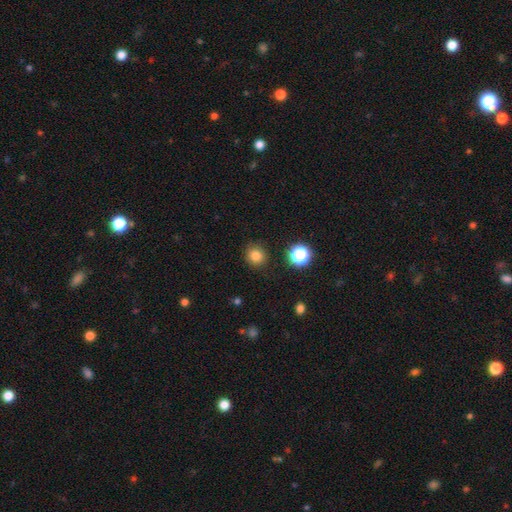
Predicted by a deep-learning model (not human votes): Smooth or featured: smooth — 81% (star or artifact — 14%)
How rounded: round — 90% (in between — 9%)
Merging: none — 89% (minor disturbance — 8%)